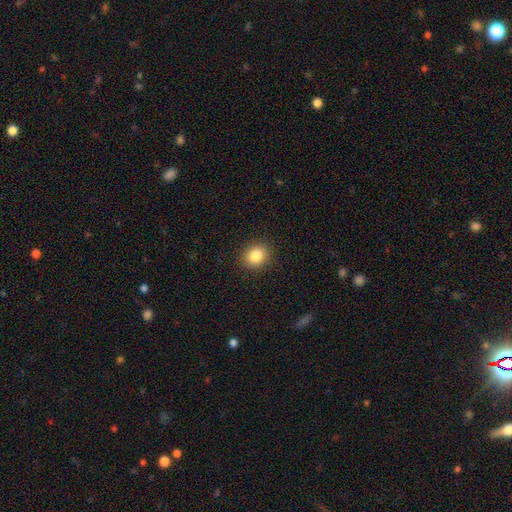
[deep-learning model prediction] Smooth or featured: smooth — 85% (star or artifact — 10%)
How rounded: round — 68% (in between — 31%)
Merging: none — 90% (minor disturbance — 6%)